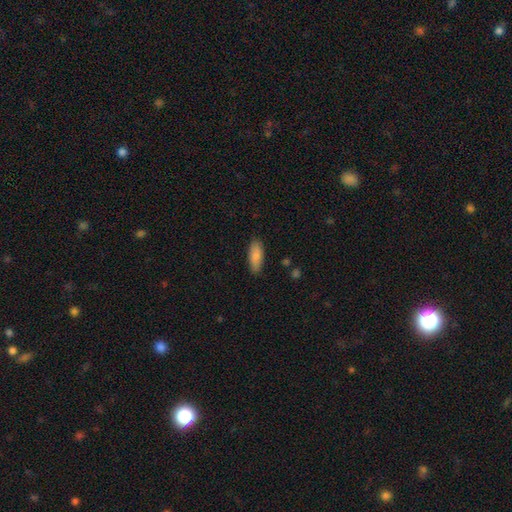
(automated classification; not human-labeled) Smooth or featured? smooth (86%)
How rounded? in between (75%)
Merging? none (85%)